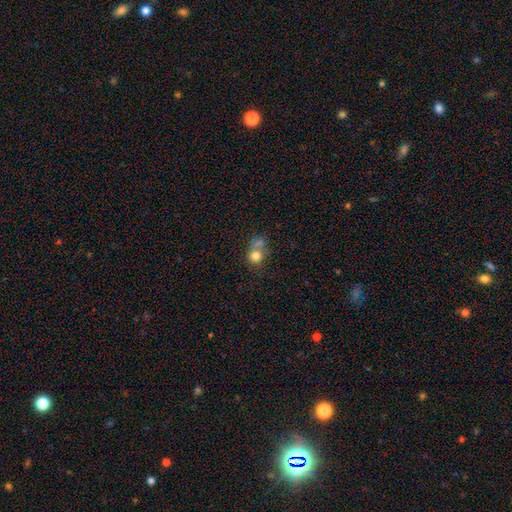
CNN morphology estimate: Overall: smooth (76%). How rounded: round (78%). Merging: merger (46%; none 36%).